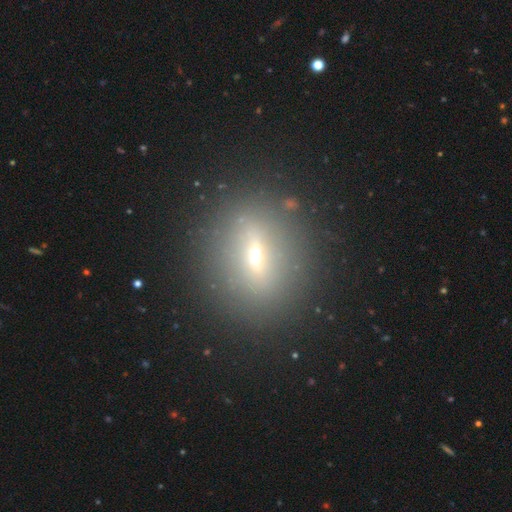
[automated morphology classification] This appears to be a featured or disk galaxy (51%) viewed edge-on (60%). Merging: none (85%).